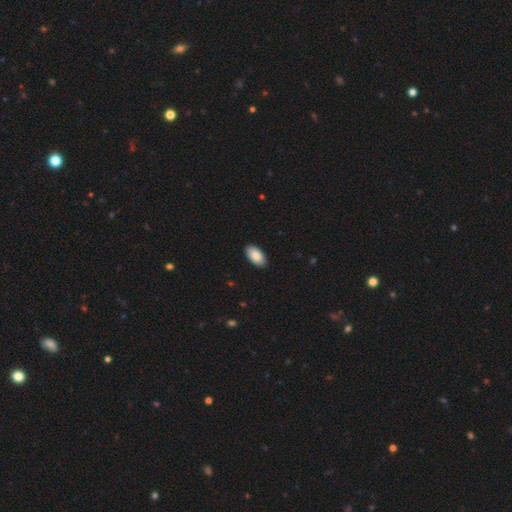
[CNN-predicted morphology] This appears to be a smooth galaxy with no disk features (87%) that is in between round and cigar-shaped (96%). Merging: none (91%).